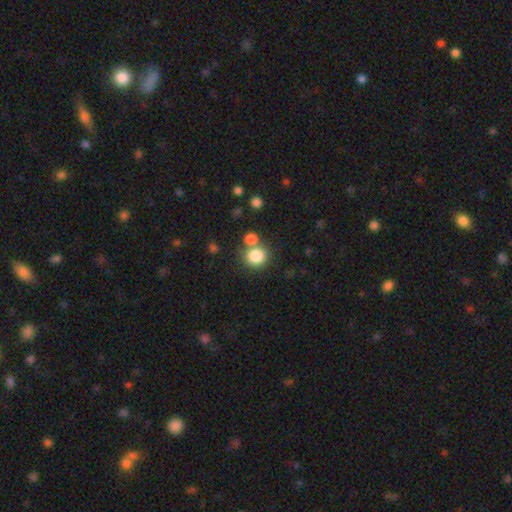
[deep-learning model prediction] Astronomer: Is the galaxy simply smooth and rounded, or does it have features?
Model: smooth — 83%.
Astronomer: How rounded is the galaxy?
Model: round — 85%.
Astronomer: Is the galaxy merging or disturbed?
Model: none — 63%.